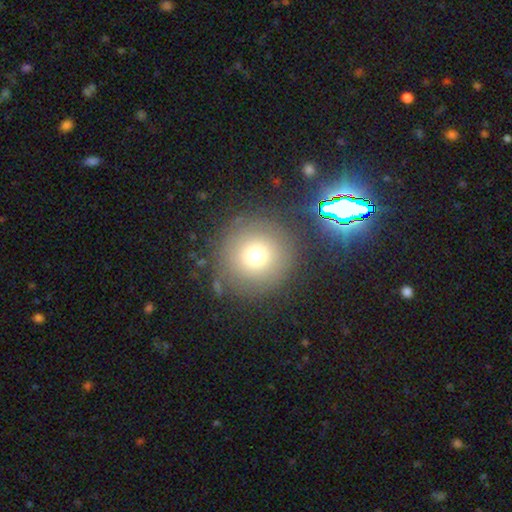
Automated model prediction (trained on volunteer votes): Smooth or featured? Predicted: smooth (p=0.71). How rounded? Predicted: round (p=0.95). Merging? Predicted: none (p=0.82).